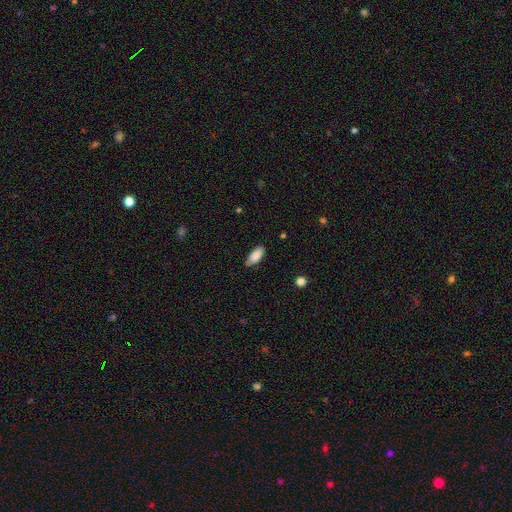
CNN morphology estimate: type=smooth (86%); roundness=in between (85%); merging=none (79%).